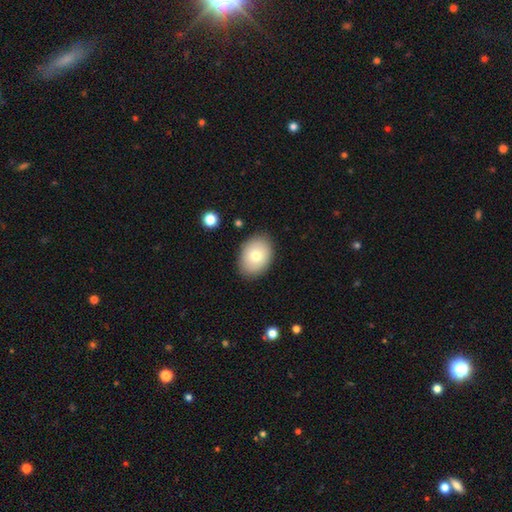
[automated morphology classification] A smooth galaxy with no disk features (76%) that is in between round and cigar-shaped (75%). Merging: none (86%).